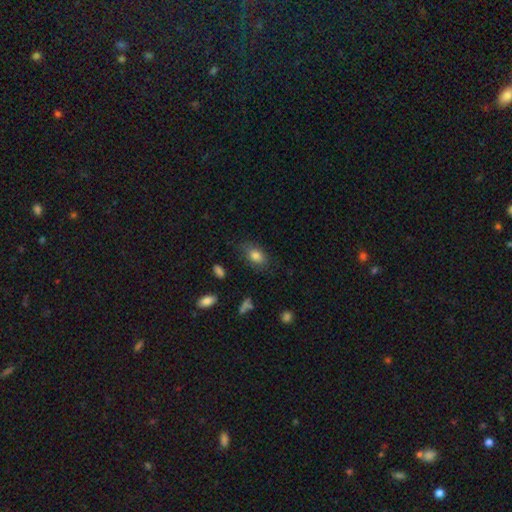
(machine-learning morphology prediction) smooth_or_featured: smooth (p=0.81) [alt: featured or disk p=0.10]
how_rounded: in between (p=0.83) [alt: round p=0.14]
merging: none (p=0.75) [alt: minor disturbance p=0.19]